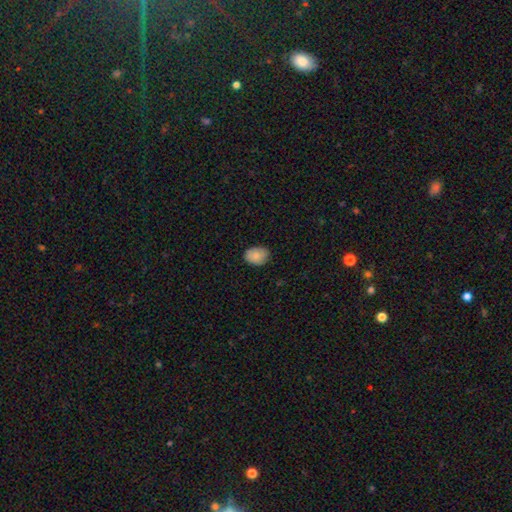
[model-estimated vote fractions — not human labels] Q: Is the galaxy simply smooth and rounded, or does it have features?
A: smooth — 87%.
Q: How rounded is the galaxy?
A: in between — 74%.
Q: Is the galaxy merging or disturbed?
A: none — 83%.